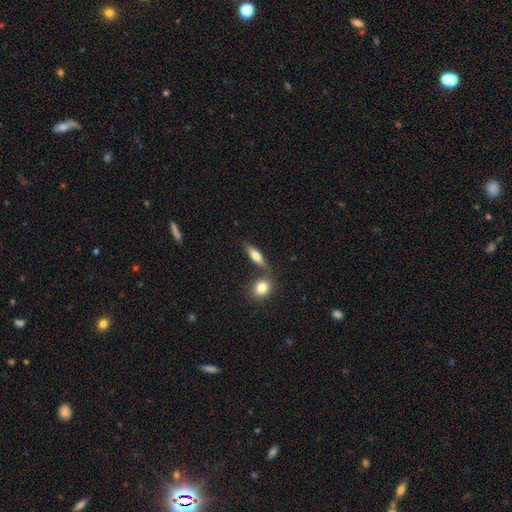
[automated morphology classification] type=smooth (70%); roundness=in between (56%); merging=none (62%).